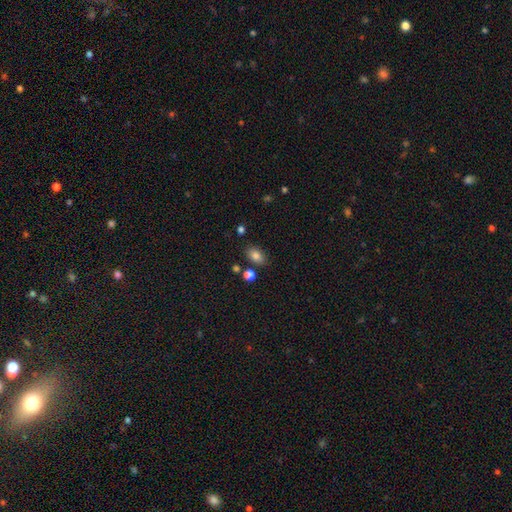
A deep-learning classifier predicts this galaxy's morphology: Smooth or featured? smooth (82%)
How rounded? in between (85%)
Merging? none (79%)